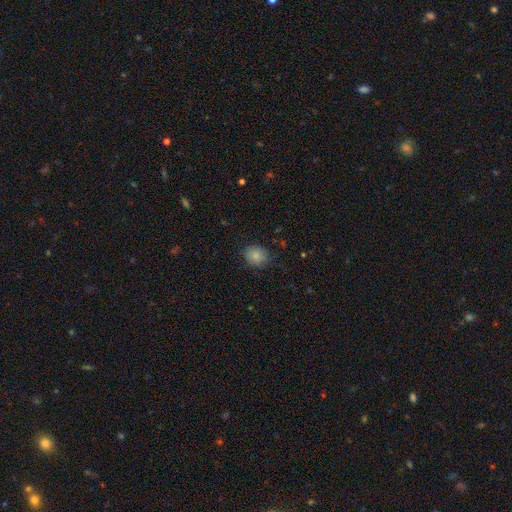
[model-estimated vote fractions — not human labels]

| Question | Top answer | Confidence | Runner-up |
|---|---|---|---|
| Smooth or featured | smooth | 85% | star or artifact (9%) |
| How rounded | round | 66% | in between (33%) |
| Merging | none | 82% | minor disturbance (13%) |